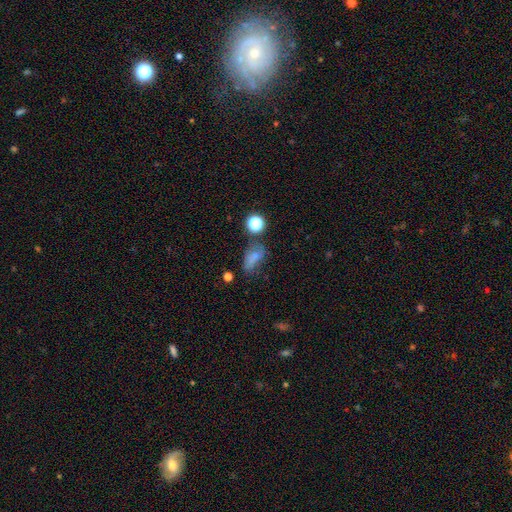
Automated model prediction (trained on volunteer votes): smooth-or-featured: smooth: 47% | featured or disk: 27% | star or artifact: 26%
  merging: none: 56% | minor disturbance: 23% | major disturbance: 12% | merger: 8%